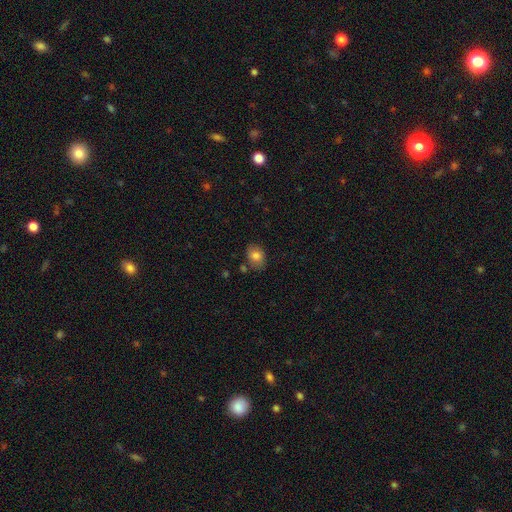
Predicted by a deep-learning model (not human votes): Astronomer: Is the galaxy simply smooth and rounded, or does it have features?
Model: smooth — 81%.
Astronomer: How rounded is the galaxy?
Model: in between — 67%.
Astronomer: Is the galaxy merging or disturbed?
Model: none — 78%.